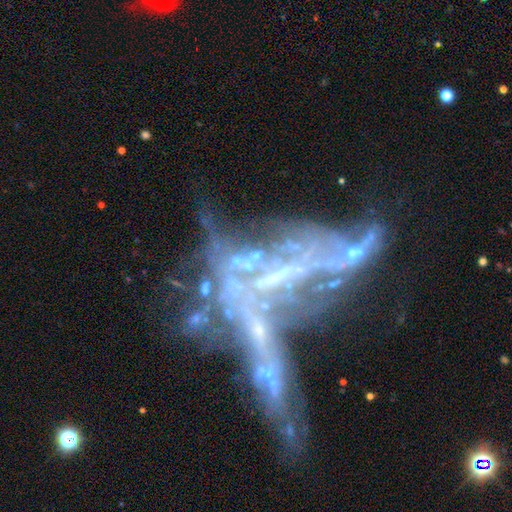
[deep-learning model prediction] Smooth or featured?
  - featured or disk: 58% *
  - star or artifact: 30%
  - smooth: 11%
Edge-on disk?
  - no: 91% *
  - yes: 9%
Bar?
  - no: 54% *
  - strong: 25%
  - weak: 21%
Spiral arms?
  - no: 61% *
  - yes: 39%
Bulge size?
  - none: 52% *
  - small: 29%
  - moderate: 14%
  - large: 3%
  - dominant: 2%
Merging?
  - none: 40% *
  - major disturbance: 28%
  - minor disturbance: 17%
  - merger: 16%